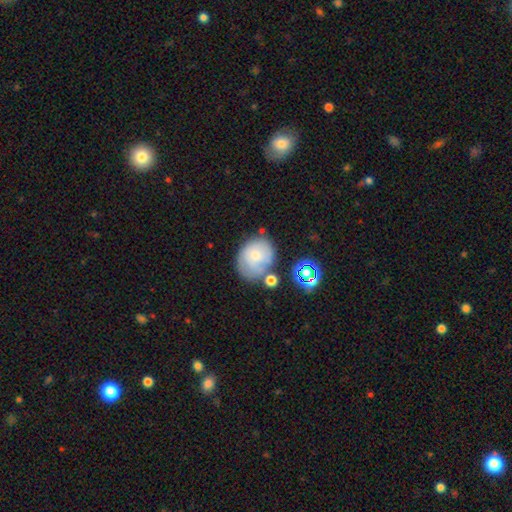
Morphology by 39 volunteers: This is possibly a smooth galaxy (59%). How rounded: likely in between (65%). Merging: likely none (71%).